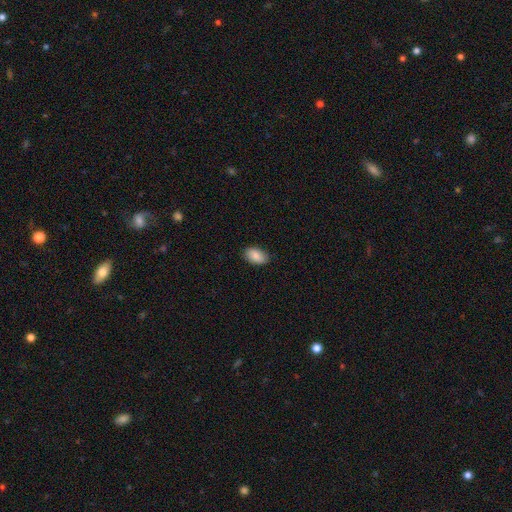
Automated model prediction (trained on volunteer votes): smooth_or_featured: smooth (p=0.89) [alt: star or artifact p=0.07]
how_rounded: in between (p=0.93) [alt: round p=0.06]
merging: none (p=0.85) [alt: minor disturbance p=0.11]